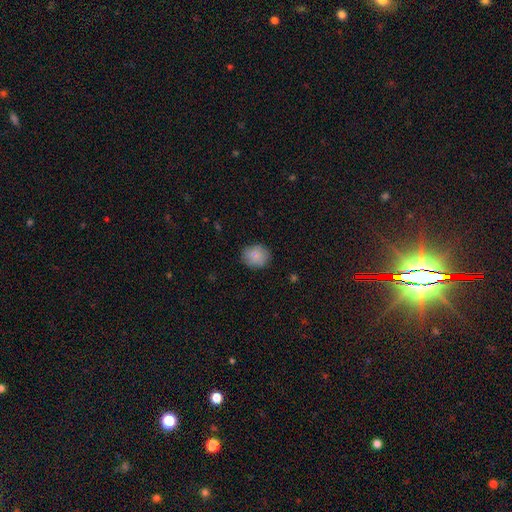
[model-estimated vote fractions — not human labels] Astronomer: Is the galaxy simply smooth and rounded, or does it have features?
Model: smooth — 85%.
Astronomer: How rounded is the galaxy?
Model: round — 74%.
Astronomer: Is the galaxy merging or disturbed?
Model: none — 86%.